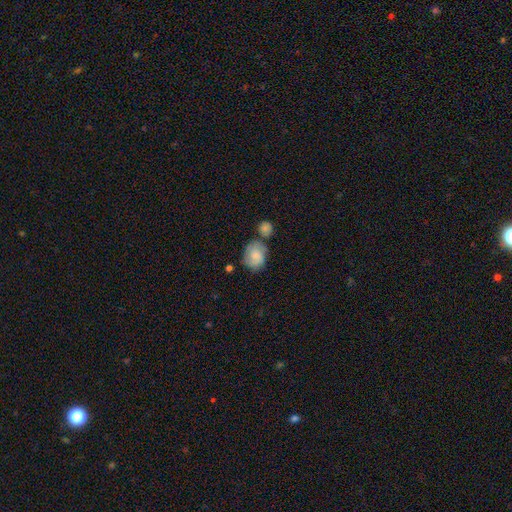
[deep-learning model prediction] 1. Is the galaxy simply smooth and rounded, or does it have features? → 63% smooth, 29% featured or disk, 8% star or artifact.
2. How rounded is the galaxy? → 55% round, 44% in between, 1% cigar-shaped.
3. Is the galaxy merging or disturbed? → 54% none, 23% minor disturbance, 16% merger, 8% major disturbance.